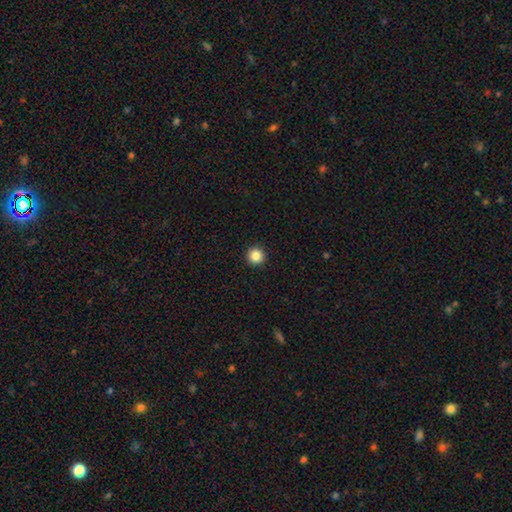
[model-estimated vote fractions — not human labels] smooth_or_featured: smooth (p=0.86) [alt: star or artifact p=0.11]
how_rounded: round (p=0.96) [alt: in between p=0.03]
merging: none (p=0.94) [alt: minor disturbance p=0.04]